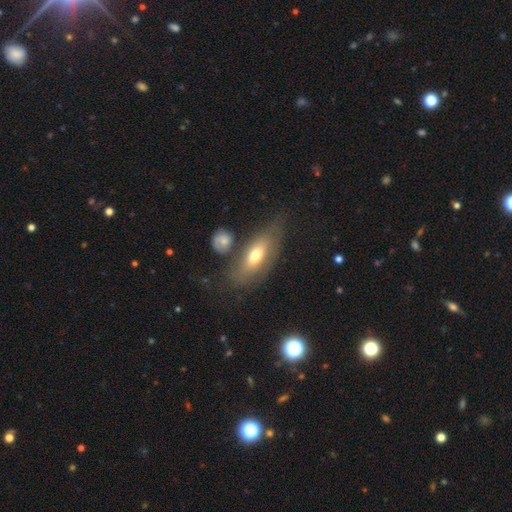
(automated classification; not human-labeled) Morphology: type=smooth (60%); roundness=in between (79%); merging=none (61%).